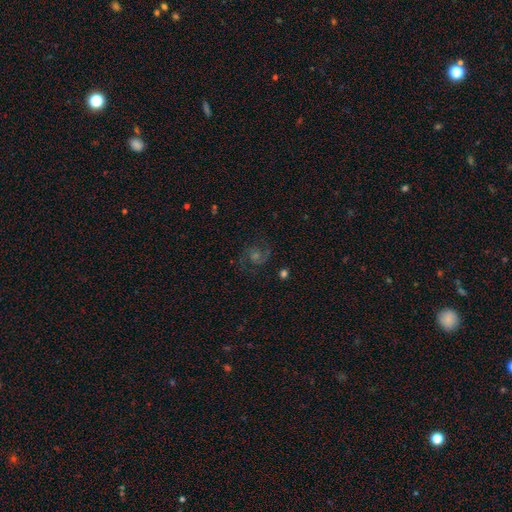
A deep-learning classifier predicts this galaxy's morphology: smooth-or-featured: featured or disk: 73% | star or artifact: 17% | smooth: 11%
  disk-edge-on: no: 98% | yes: 2%
    bar: no: 63% | weak: 32% | strong: 6%
    has-spiral-arms: yes: 96% | no: 4%
      spiral-winding: medium: 57% | tight: 22% | loose: 21%
      spiral-arm-count: 2: 88% | can't tell: 5% | 1: 3% | 3: 2% | 4: 1% | more than 4: 1%
    bulge-size: moderate: 44% | small: 41% | none: 7% | large: 6% | dominant: 2%
  merging: none: 79% | minor disturbance: 12% | major disturbance: 7% | merger: 2%